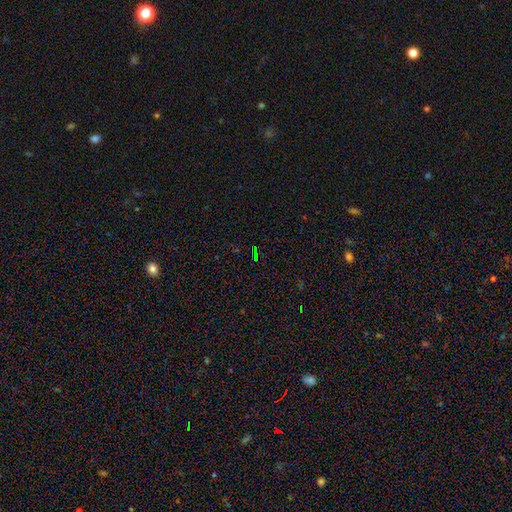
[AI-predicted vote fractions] star or artifact 76%, smooth 15%, featured or disk 10%.